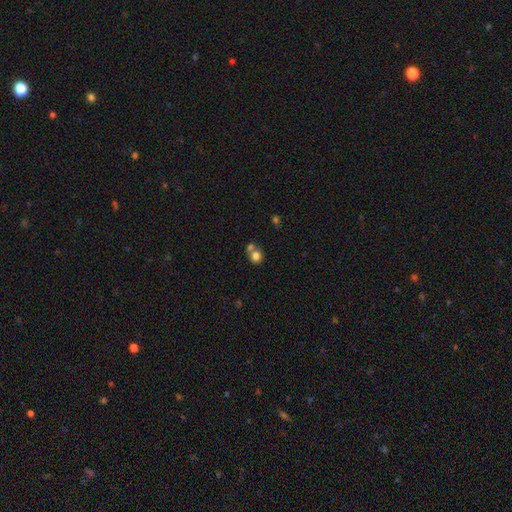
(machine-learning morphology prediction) A smooth galaxy with no disk features (78%) that is round (79%). Merging: none (46%).